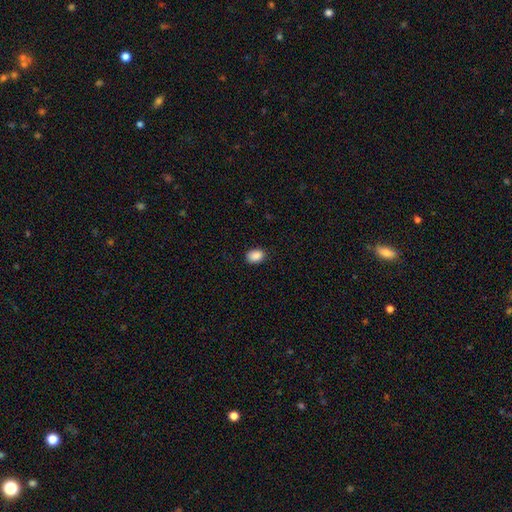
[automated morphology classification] A smooth galaxy with no disk features (89%) that is in between round and cigar-shaped (81%). Merging: none (88%).